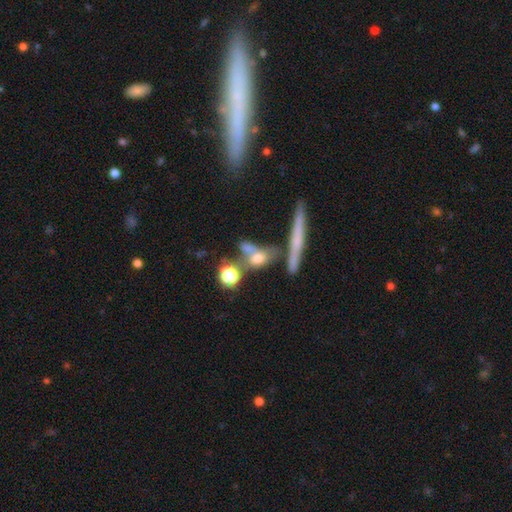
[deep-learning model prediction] This appears to be a smooth galaxy with no disk features (52%) that is in between round and cigar-shaped (40%). Merging: none (42%).